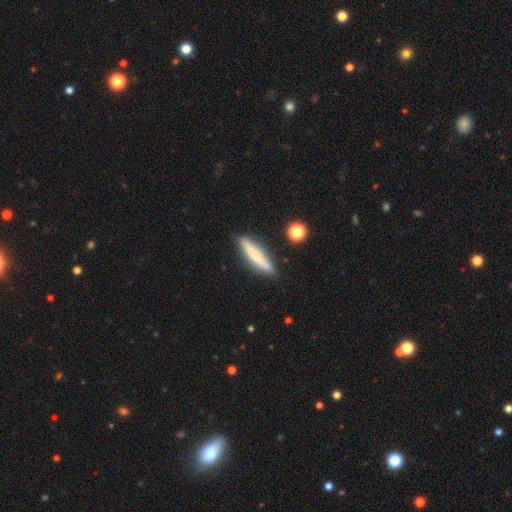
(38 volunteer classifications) Smooth or featured: smooth — 61% (featured or disk — 32%)
How rounded: cigar-shaped — 87% (in between — 9%)
Merging: none — 80% (minor disturbance — 11%)